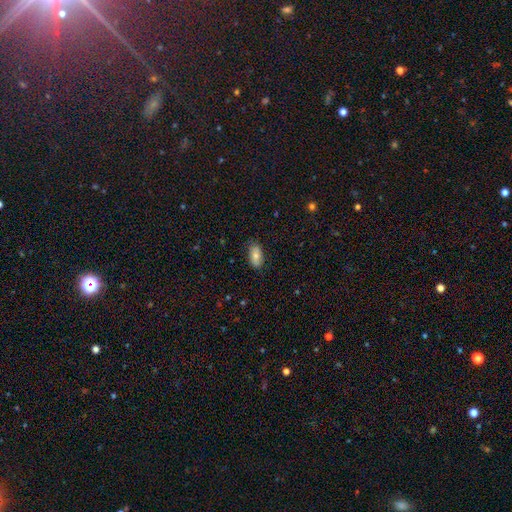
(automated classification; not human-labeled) Q: Smooth or featured?
A: smooth (75%); runner-up: featured or disk (17%)
Q: How rounded?
A: in between (92%); runner-up: round (4%)
Q: Merging?
A: none (83%); runner-up: minor disturbance (14%)